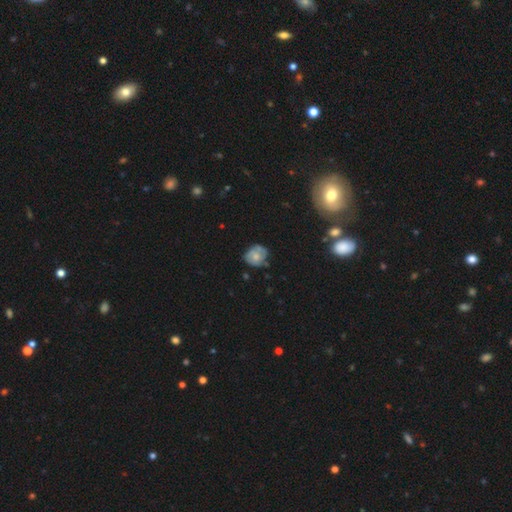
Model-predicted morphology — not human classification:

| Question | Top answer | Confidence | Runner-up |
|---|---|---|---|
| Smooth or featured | smooth | 50% | featured or disk (43%) |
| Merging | none | 63% | minor disturbance (27%) |